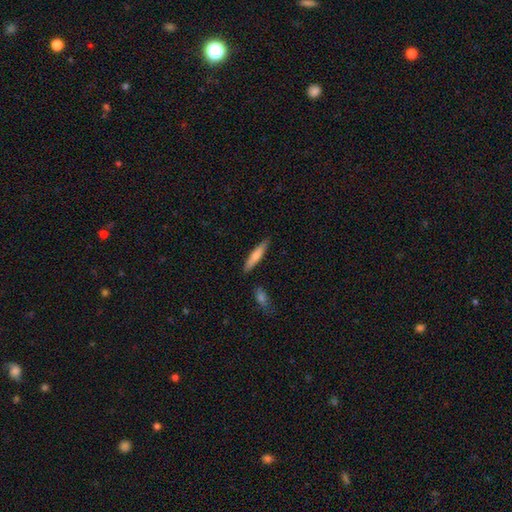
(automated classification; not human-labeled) Q: Smooth or featured?
A: smooth (71%); runner-up: featured or disk (24%)
Q: How rounded?
A: cigar-shaped (84%); runner-up: in between (15%)
Q: Merging?
A: none (87%); runner-up: minor disturbance (9%)